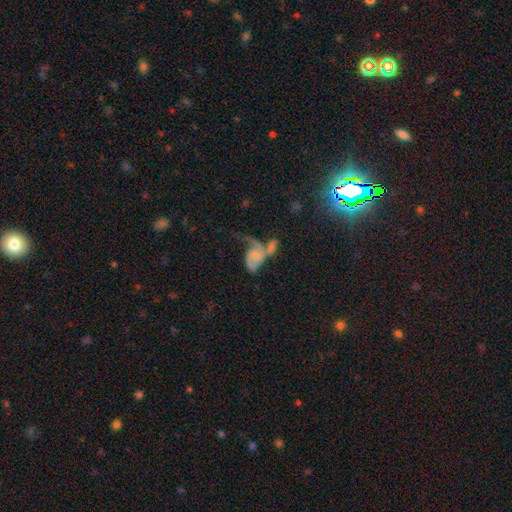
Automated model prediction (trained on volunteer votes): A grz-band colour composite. It shows a featured or disk galaxy (69%) with no bar (62%), 2 (61%) loose (50%) spiral arms (86%) and a small central bulge (43%). Merging: merger (47%).